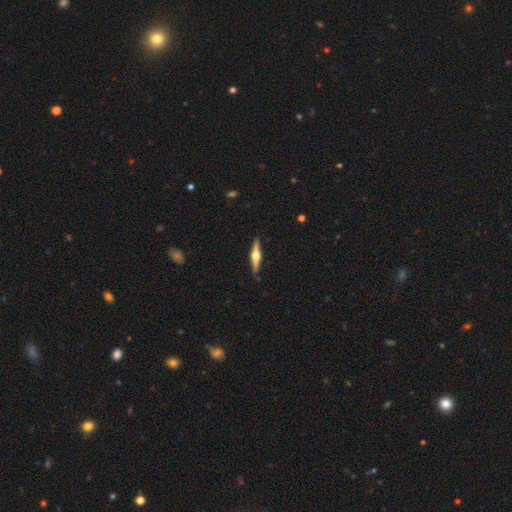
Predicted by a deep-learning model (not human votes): featured or disk 75%, smooth 20%, star or artifact 5%. Down the decision tree: edge-on disk — yes (98%); edge-on bulge — rounded (95%); merging — none (91%).